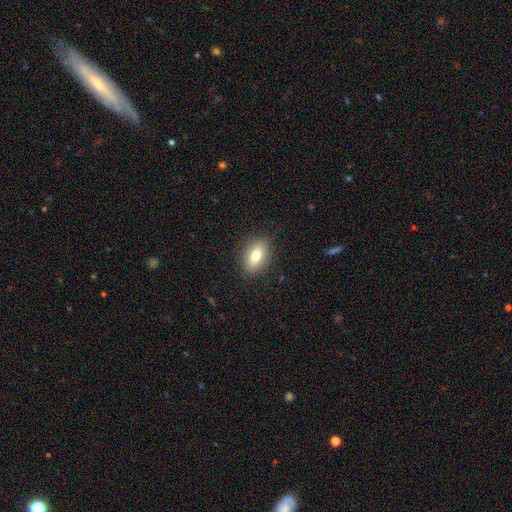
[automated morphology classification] This appears to be a smooth galaxy with no disk features (78%) that is in between round and cigar-shaped (85%). Merging: none (87%).